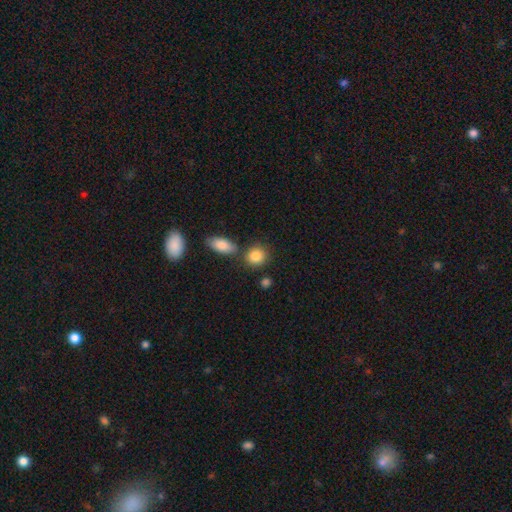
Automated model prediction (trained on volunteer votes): Smooth or featured: smooth — 85% (star or artifact — 8%)
How rounded: round — 74% (in between — 25%)
Merging: none — 72% (merger — 14%)